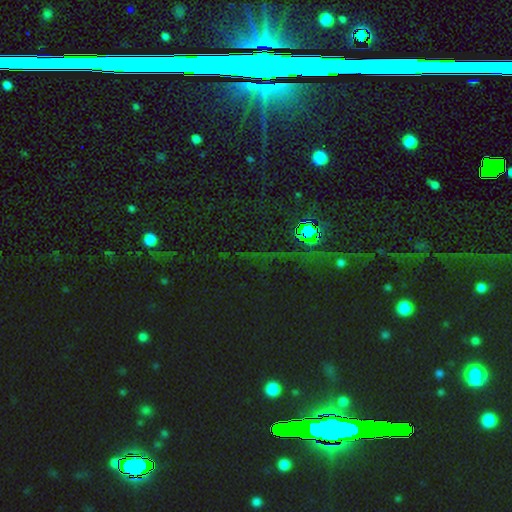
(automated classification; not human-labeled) Smooth or featured: star or artifact — 79% (smooth — 12%)